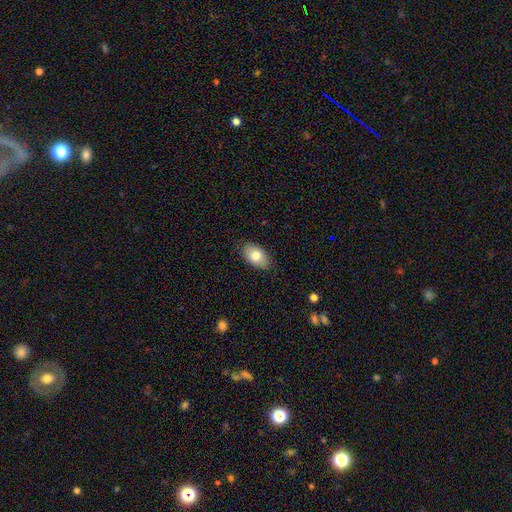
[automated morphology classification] smooth_or_featured: smooth (p=0.82) [alt: featured or disk p=0.12]
how_rounded: in between (p=0.93) [alt: round p=0.05]
merging: none (p=0.85) [alt: minor disturbance p=0.12]